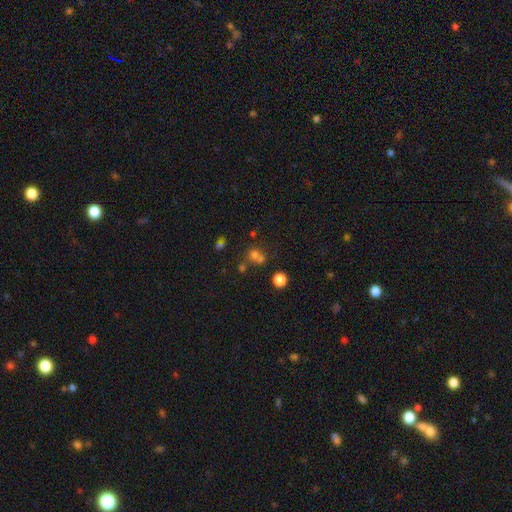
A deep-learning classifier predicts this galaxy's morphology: This is likely a smooth galaxy (64%). How rounded: clearly round (81%). Merging: possibly none (47%).